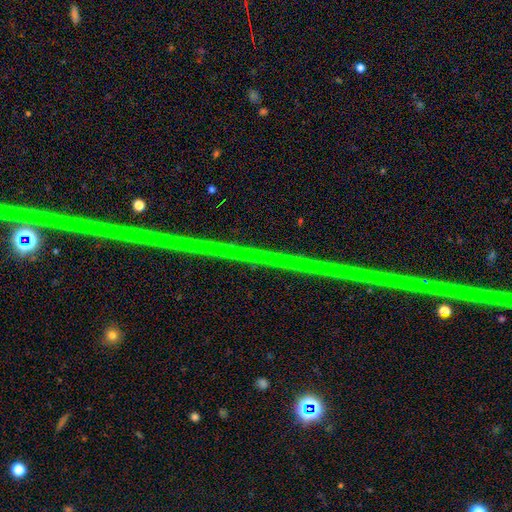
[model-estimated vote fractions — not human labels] Smooth or featured? star or artifact (88%)